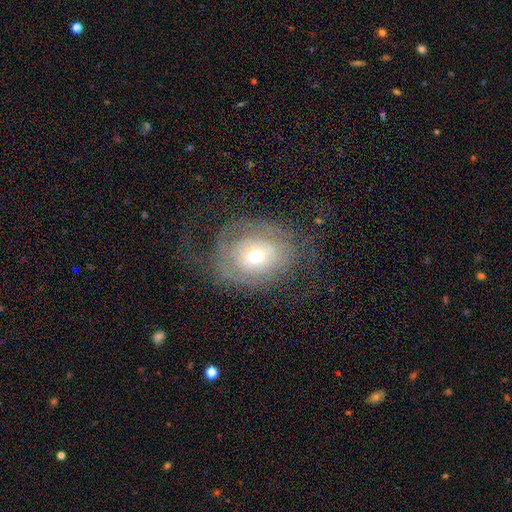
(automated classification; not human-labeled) A featured or disk galaxy (59%) with no bar (79%), spiral arms (60%) and a moderate central bulge (64%). Merging: none (54%).